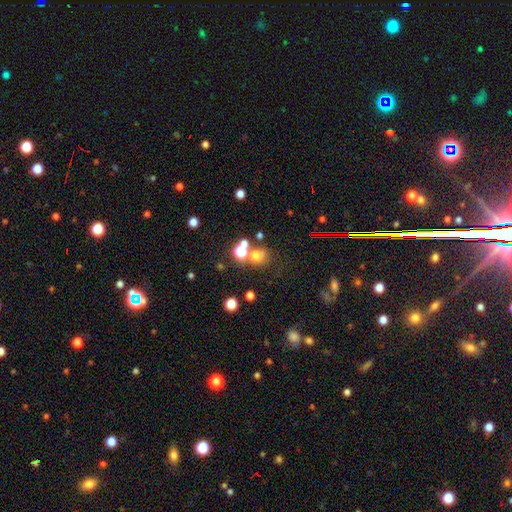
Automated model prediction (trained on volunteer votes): Q: Smooth or featured?
A: smooth (63%); runner-up: star or artifact (24%)
Q: How rounded?
A: round (75%); runner-up: in between (24%)
Q: Merging?
A: none (53%); runner-up: merger (30%)